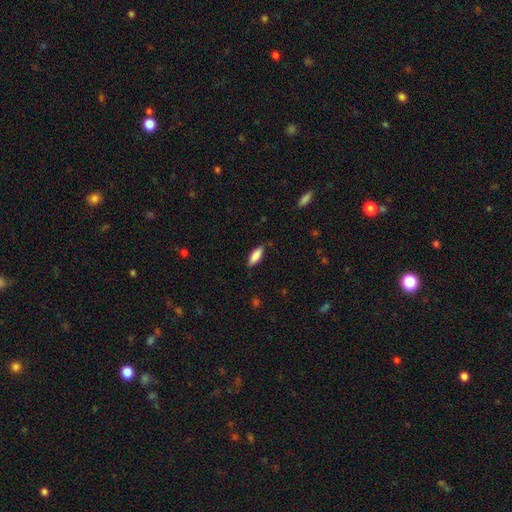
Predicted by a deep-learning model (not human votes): Smooth or featured: smooth — 86% (featured or disk — 8%)
How rounded: in between — 68% (cigar-shaped — 30%)
Merging: none — 81% (minor disturbance — 15%)